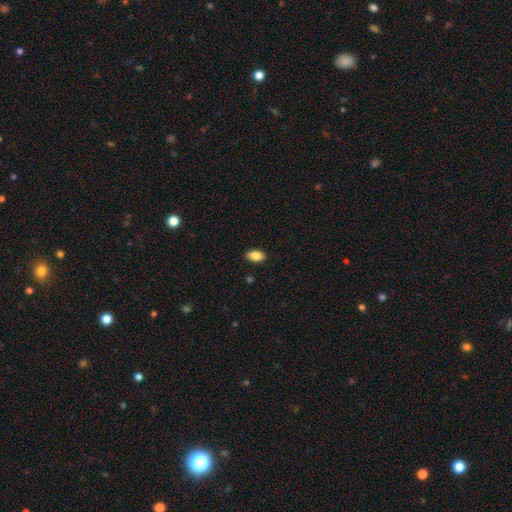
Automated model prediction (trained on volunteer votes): Smooth or featured: smooth — 86% (star or artifact — 8%)
How rounded: in between — 92% (round — 5%)
Merging: none — 89% (minor disturbance — 8%)